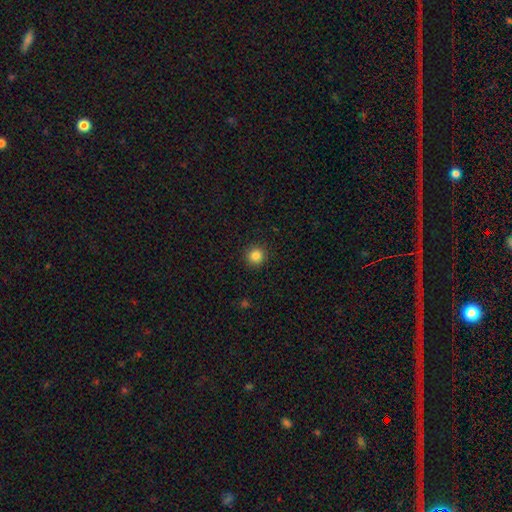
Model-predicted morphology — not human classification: smooth-or-featured: smooth: 85% | star or artifact: 11% | featured or disk: 4%
  how-rounded: round: 95% | in between: 5% | cigar-shaped: 1%
  merging: none: 92% | minor disturbance: 5% | major disturbance: 2% | merger: 1%